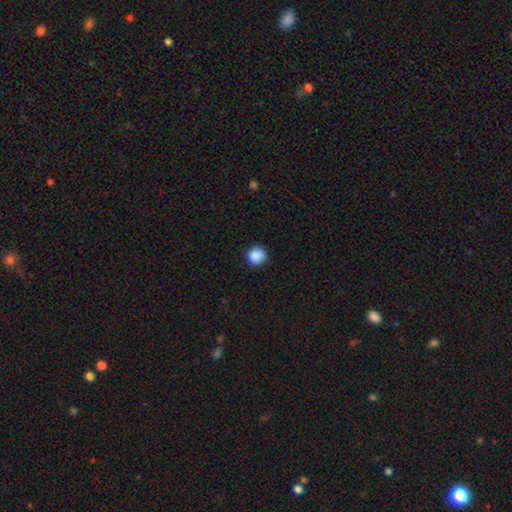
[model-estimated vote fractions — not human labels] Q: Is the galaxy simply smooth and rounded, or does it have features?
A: smooth — 87%.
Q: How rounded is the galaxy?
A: round — 92%.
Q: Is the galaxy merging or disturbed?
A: none — 84%.